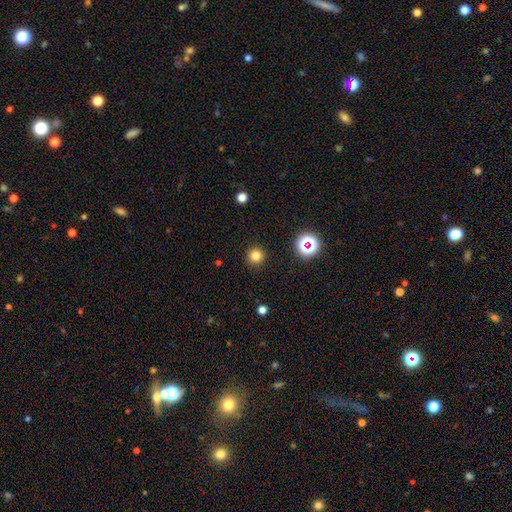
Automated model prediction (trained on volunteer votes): smooth_or_featured: smooth (p=0.79) [alt: star or artifact p=0.16]
how_rounded: round (p=0.95) [alt: in between p=0.04]
merging: none (p=0.91) [alt: minor disturbance p=0.05]